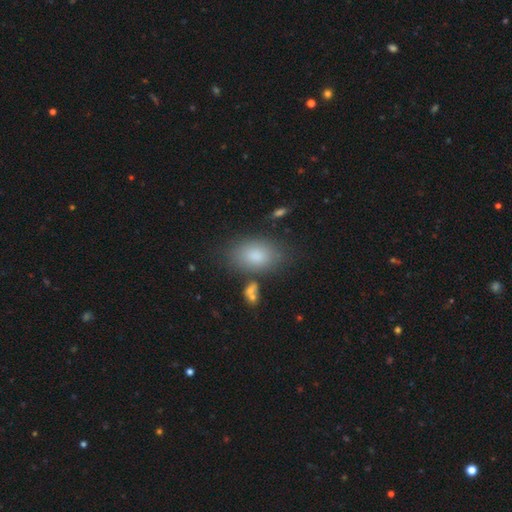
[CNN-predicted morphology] type=smooth (82%); roundness=in between (88%); merging=none (72%).